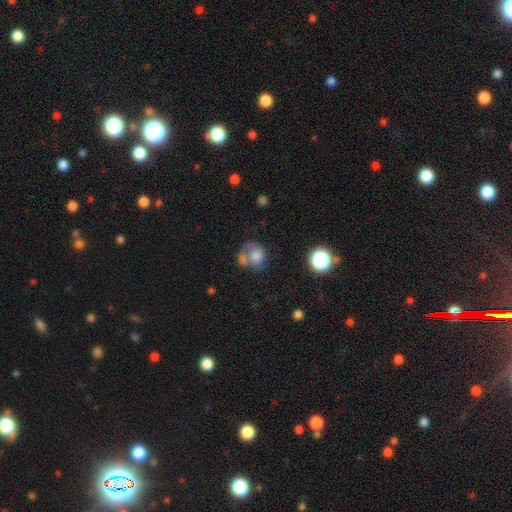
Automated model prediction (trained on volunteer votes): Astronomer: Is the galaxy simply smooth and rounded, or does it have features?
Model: smooth — 58%.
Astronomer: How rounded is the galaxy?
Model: round — 73%.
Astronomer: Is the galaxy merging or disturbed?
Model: merger — 36% (runner-up: none, 30%).